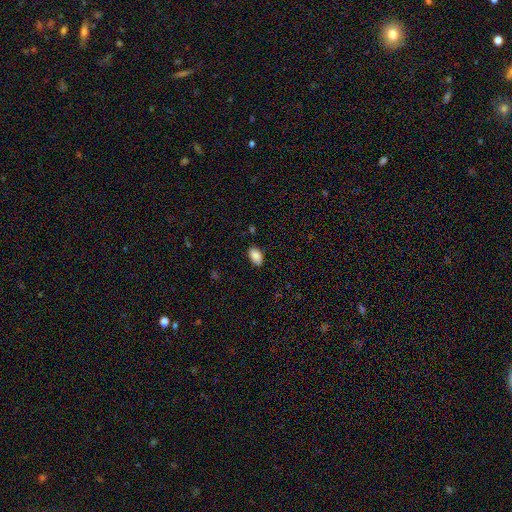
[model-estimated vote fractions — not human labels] Smooth or featured: smooth — 89% (star or artifact — 7%)
How rounded: in between — 92% (round — 6%)
Merging: none — 82% (minor disturbance — 14%)